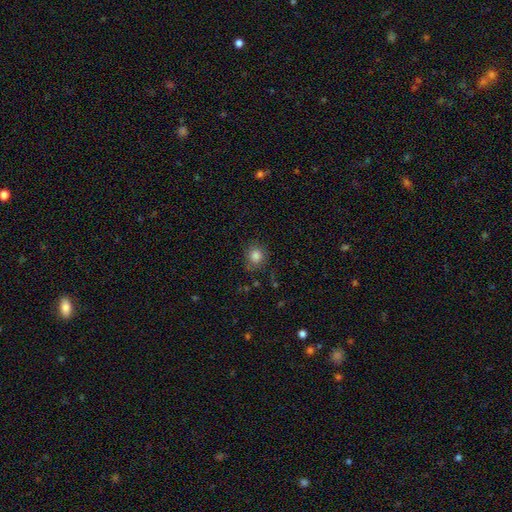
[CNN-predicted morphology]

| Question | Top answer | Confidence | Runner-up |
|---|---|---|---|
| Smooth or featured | smooth | 84% | star or artifact (10%) |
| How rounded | round | 84% | in between (15%) |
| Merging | none | 77% | minor disturbance (16%) |